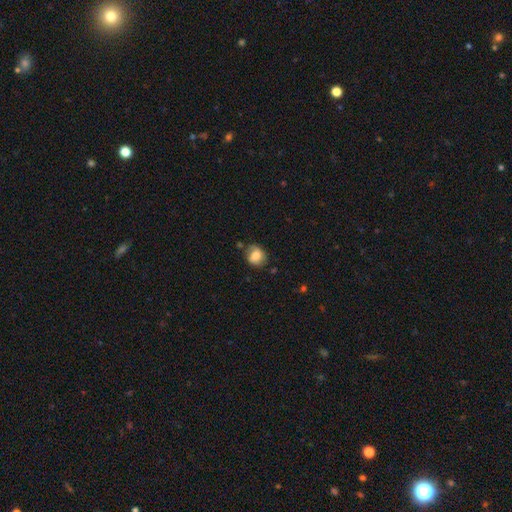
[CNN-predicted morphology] Smooth or featured?
  - smooth: 77% *
  - featured or disk: 14%
  - star or artifact: 9%
How rounded?
  - round: 68% *
  - in between: 31%
  - cigar-shaped: 1%
Merging?
  - none: 67% *
  - minor disturbance: 22%
  - major disturbance: 6%
  - merger: 5%